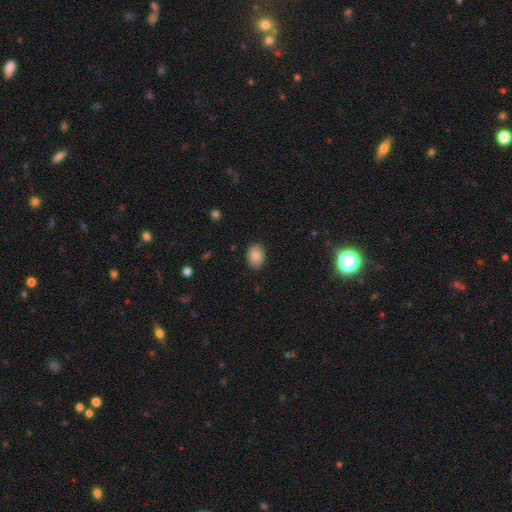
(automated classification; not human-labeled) This is clearly a smooth galaxy (84%). How rounded: likely in between (77%). Merging: clearly none (87%).